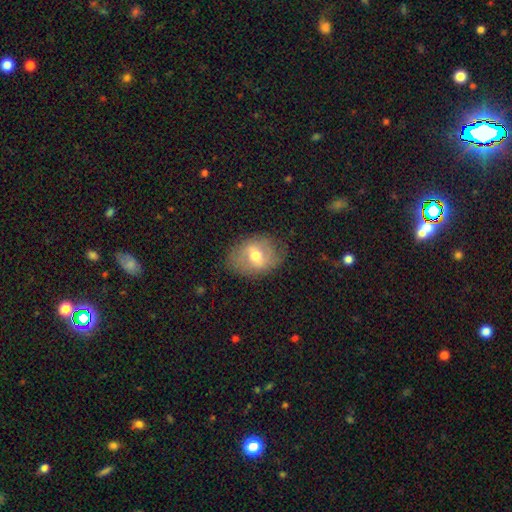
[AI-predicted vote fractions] Morphology: type=featured or disk (49%); merging=none (74%).